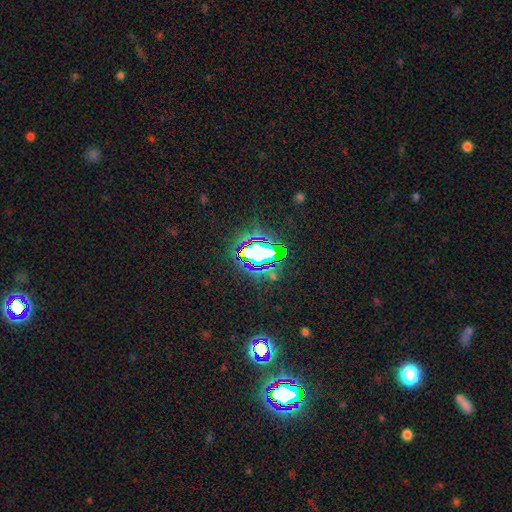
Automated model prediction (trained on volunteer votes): smooth_or_featured: star or artifact (p=0.63) [alt: smooth p=0.23]